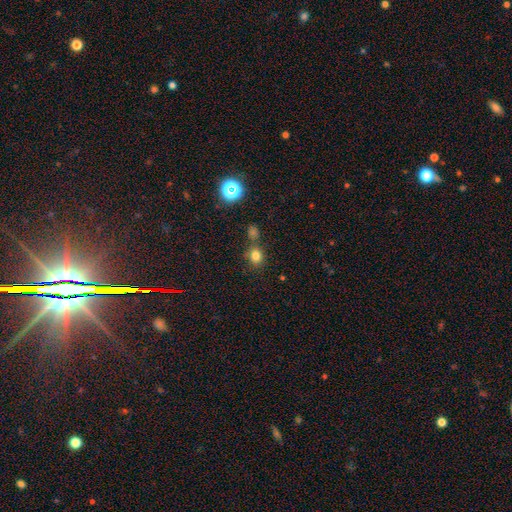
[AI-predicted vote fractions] This is likely a smooth galaxy (77%). How rounded: likely round (72%). Merging: likely none (68%).